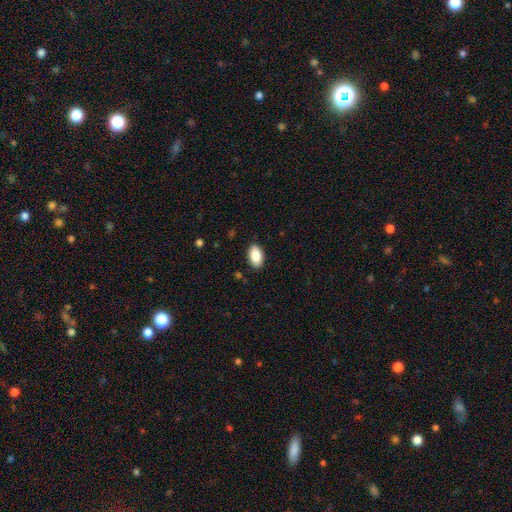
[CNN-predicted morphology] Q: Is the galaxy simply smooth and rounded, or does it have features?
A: smooth — 88%.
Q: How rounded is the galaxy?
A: in between — 94%.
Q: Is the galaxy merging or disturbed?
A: none — 89%.